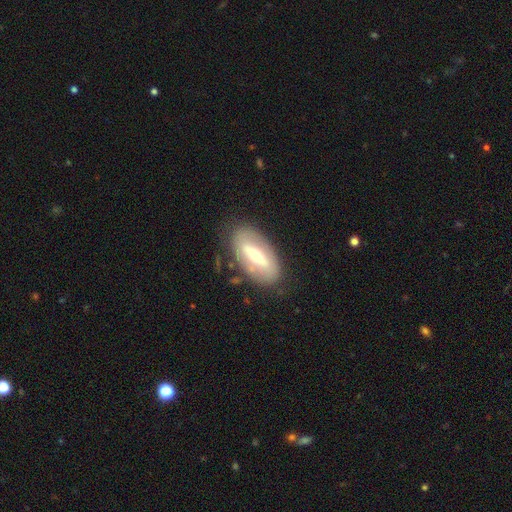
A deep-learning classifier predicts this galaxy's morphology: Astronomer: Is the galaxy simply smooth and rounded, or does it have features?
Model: featured or disk — 59% (runner-up: smooth, 35%).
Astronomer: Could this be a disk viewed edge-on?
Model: no — 79%.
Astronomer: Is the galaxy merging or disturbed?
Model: none — 78%.